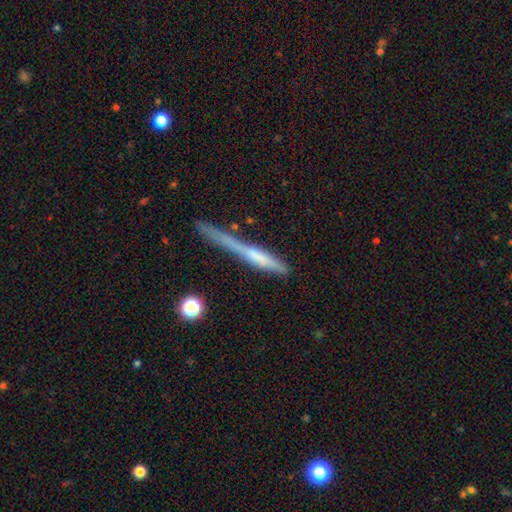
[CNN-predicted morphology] type=smooth (46%, tied with featured or disk); merging=none (55%).